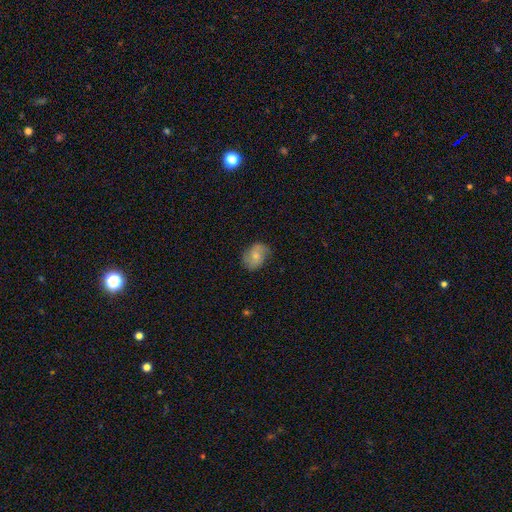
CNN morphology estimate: This appears to be a smooth galaxy with no disk features (53%) that is in between round and cigar-shaped (64%). Merging: none (73%).